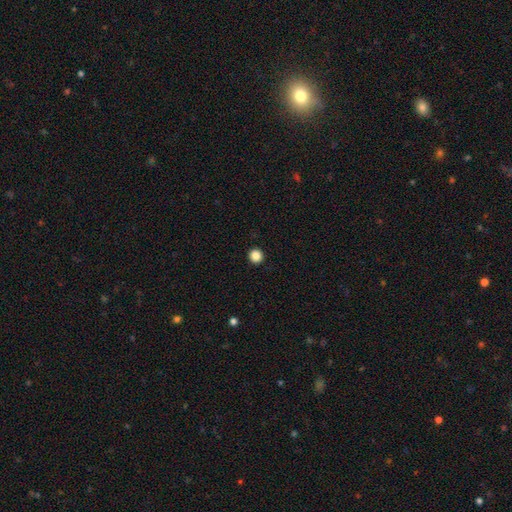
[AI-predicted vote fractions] Q: Smooth or featured?
A: smooth (86%); runner-up: star or artifact (11%)
Q: How rounded?
A: round (95%); runner-up: in between (4%)
Q: Merging?
A: none (94%); runner-up: minor disturbance (4%)